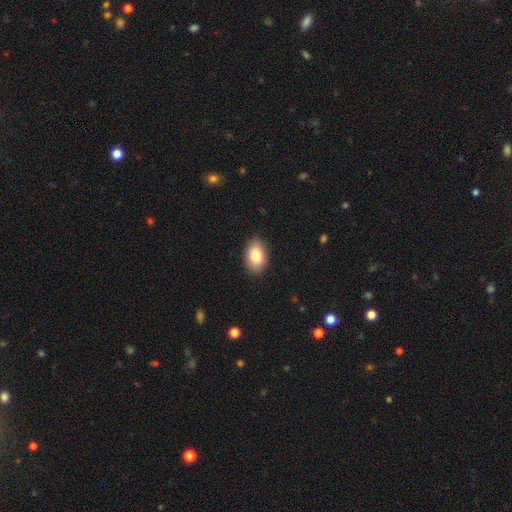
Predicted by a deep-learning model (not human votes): A smooth galaxy with no disk features (83%) that is in between round and cigar-shaped (88%).

Vote fractions:
- Smooth or featured? smooth: 83% / featured or disk: 9% / star or artifact: 8%
- How rounded? in between: 88% / round: 11% / cigar-shaped: 1%
- Merging? none: 87% / minor disturbance: 10% / major disturbance: 2% / merger: 1%